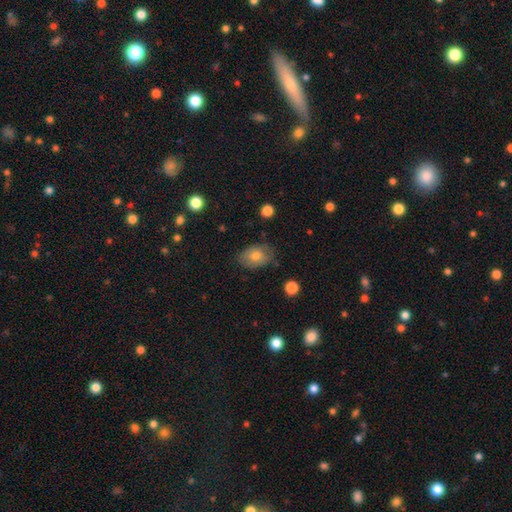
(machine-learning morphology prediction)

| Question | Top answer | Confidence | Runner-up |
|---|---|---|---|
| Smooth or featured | smooth | 71% | featured or disk (21%) |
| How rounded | in between | 83% | round (16%) |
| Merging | none | 73% | minor disturbance (21%) |